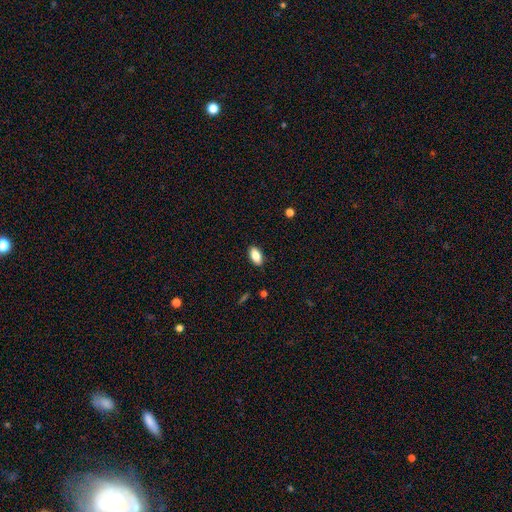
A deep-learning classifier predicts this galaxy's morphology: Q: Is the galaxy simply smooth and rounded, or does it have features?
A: smooth — 84%.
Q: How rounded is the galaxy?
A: in between — 91%.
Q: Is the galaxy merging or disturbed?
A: none — 88%.